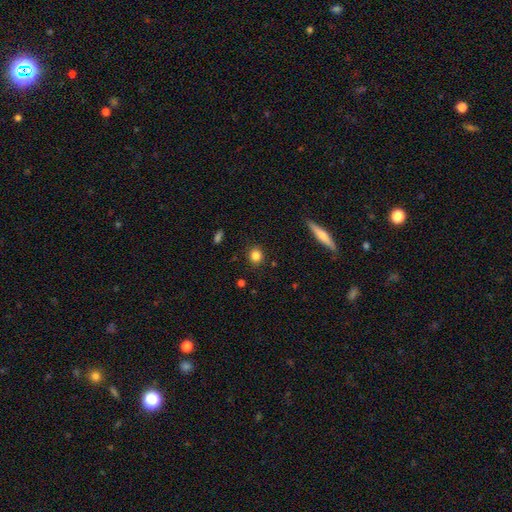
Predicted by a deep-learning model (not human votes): Q: Smooth or featured?
A: smooth (83%); runner-up: star or artifact (10%)
Q: How rounded?
A: round (75%); runner-up: in between (22%)
Q: Merging?
A: none (88%); runner-up: minor disturbance (8%)